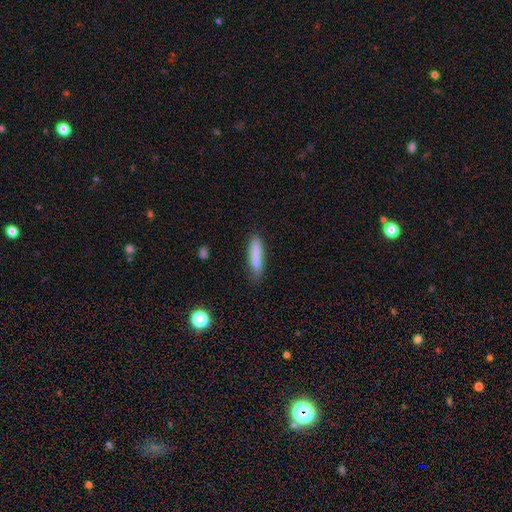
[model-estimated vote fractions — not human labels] Smooth or featured?
  - smooth: 84% *
  - featured or disk: 9%
  - star or artifact: 7%
How rounded?
  - cigar-shaped: 81% *
  - in between: 18%
  - round: 1%
Merging?
  - none: 79% *
  - minor disturbance: 16%
  - major disturbance: 3%
  - merger: 2%